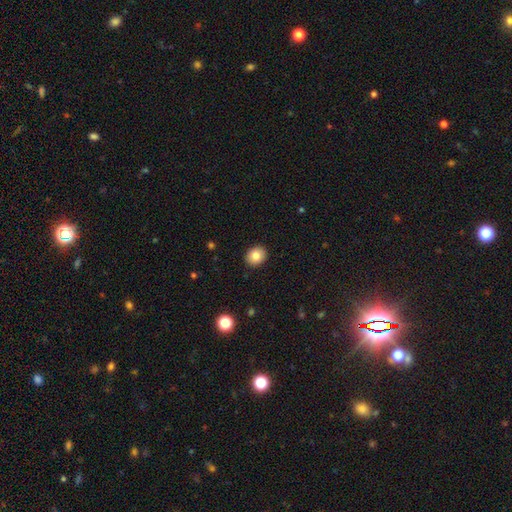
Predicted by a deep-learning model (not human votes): Smooth or featured?
  - smooth: 83% *
  - star or artifact: 9%
  - featured or disk: 8%
How rounded?
  - round: 57% *
  - in between: 42%
  - cigar-shaped: 1%
Merging?
  - none: 91% *
  - minor disturbance: 6%
  - major disturbance: 2%
  - merger: 1%